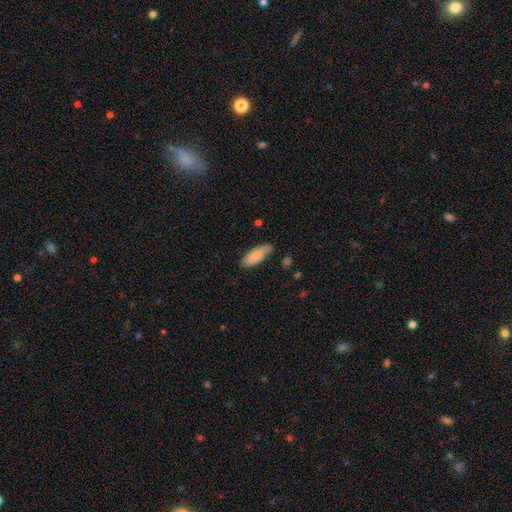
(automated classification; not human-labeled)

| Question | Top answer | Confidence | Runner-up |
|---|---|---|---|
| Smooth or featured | smooth | 83% | featured or disk (11%) |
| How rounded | in between | 76% | cigar-shaped (22%) |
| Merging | none | 66% | minor disturbance (27%) |